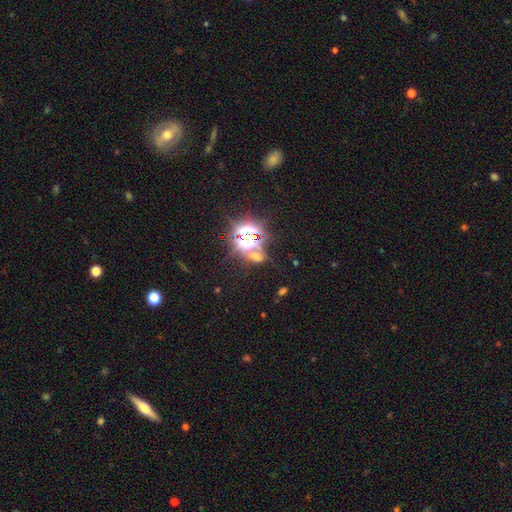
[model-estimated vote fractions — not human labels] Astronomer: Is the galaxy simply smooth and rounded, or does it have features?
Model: star or artifact — 67%.